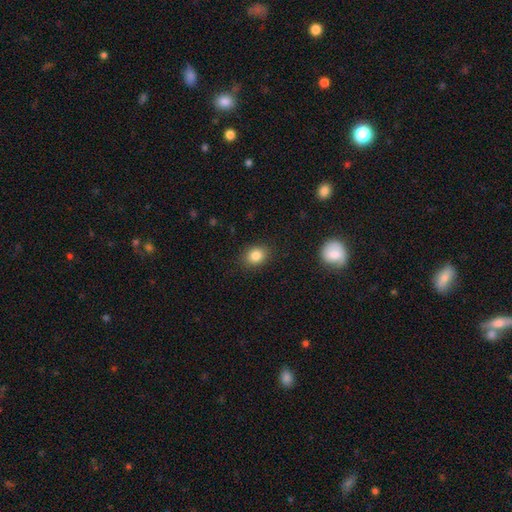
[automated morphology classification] This appears to be a smooth galaxy with no disk features (84%) that is round (53%). Merging: none (87%).